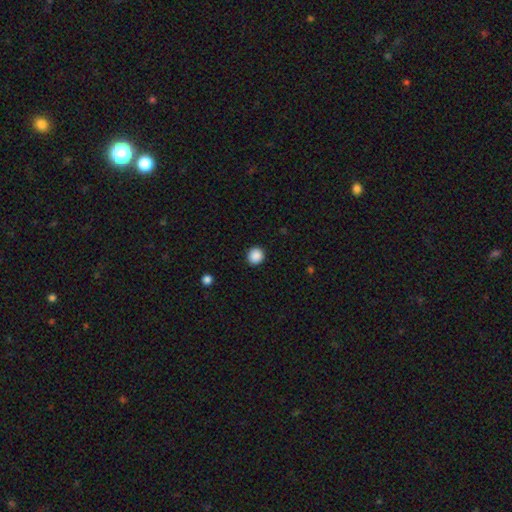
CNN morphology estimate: This is clearly a smooth galaxy (89%). How rounded: clearly round (87%). Merging: clearly none (92%).